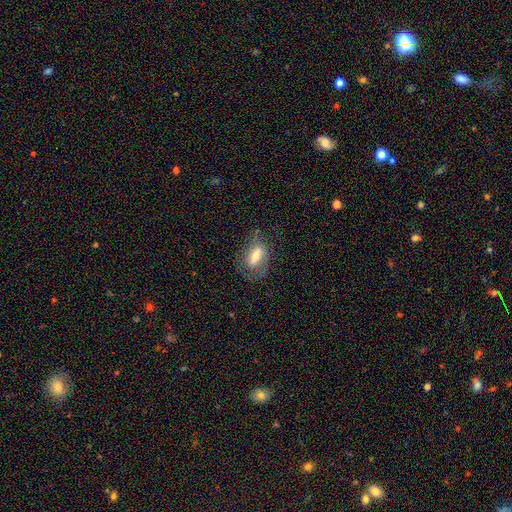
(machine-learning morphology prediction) A smooth galaxy with no disk features (48%).

Vote fractions:
- Smooth or featured? smooth: 48% / featured or disk: 43% / star or artifact: 9%
- Merging? none: 63% / minor disturbance: 22% / major disturbance: 13% / merger: 2%